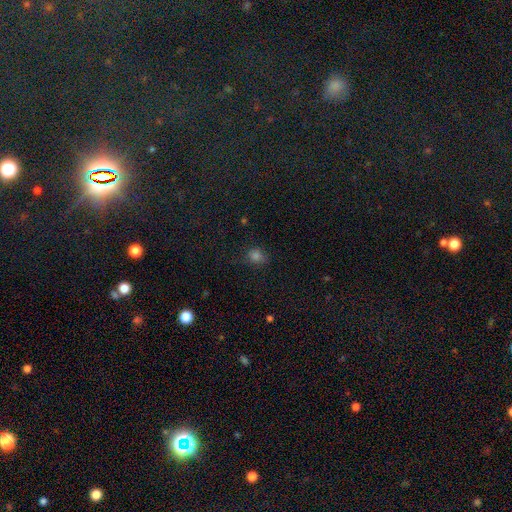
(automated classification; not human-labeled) smooth-or-featured: smooth: 76% | star or artifact: 19% | featured or disk: 5%
  how-rounded: round: 73% | in between: 26% | cigar-shaped: 1%
  merging: none: 74% | minor disturbance: 20% | major disturbance: 5% | merger: 2%